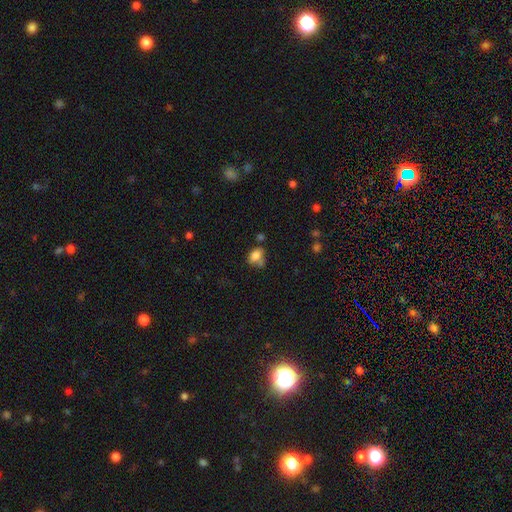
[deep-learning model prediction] Smooth or featured? Predicted: smooth (p=0.78). How rounded? Predicted: in between (p=0.73). Merging? Predicted: none (p=0.47).